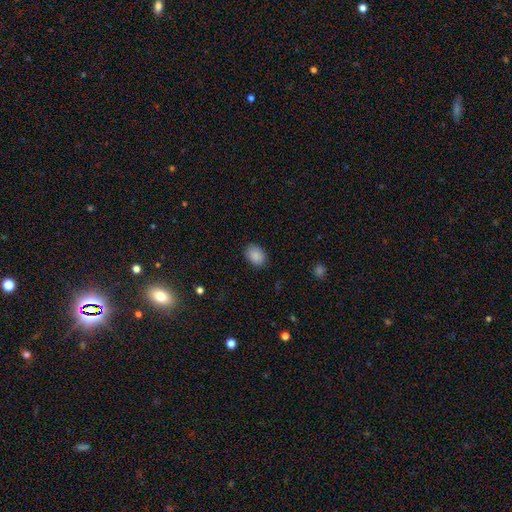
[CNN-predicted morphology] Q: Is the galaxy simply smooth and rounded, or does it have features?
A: smooth — 88%.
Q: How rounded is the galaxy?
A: in between — 74%.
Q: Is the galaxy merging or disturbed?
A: none — 86%.